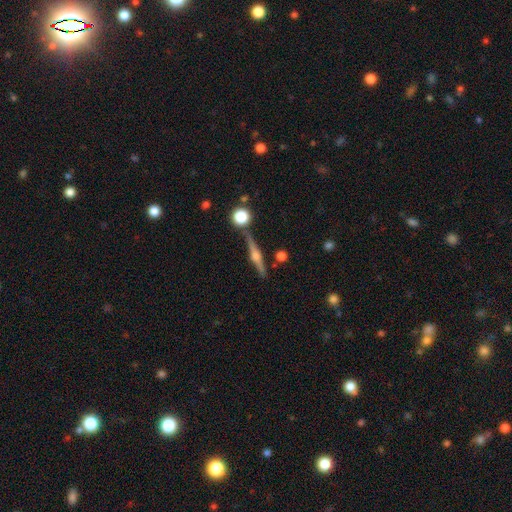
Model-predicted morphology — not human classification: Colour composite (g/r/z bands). It shows a featured or disk galaxy (77%) viewed edge-on (97%) with a rounded central bulge (90%). Merging: none (85%).